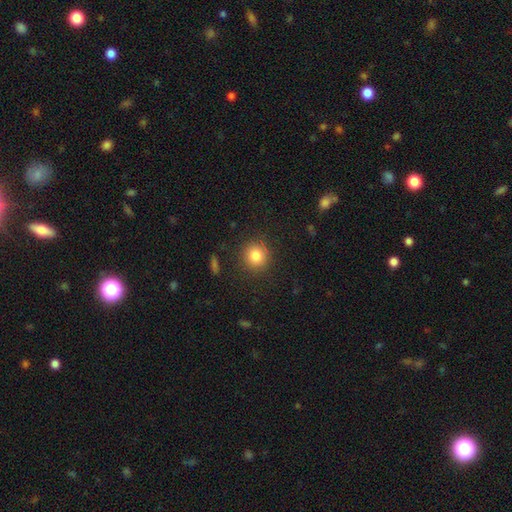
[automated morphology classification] Smooth or featured?
  - smooth: 82% *
  - star or artifact: 11%
  - featured or disk: 7%
How rounded?
  - round: 92% *
  - in between: 7%
  - cigar-shaped: 1%
Merging?
  - none: 88% *
  - minor disturbance: 8%
  - major disturbance: 3%
  - merger: 1%